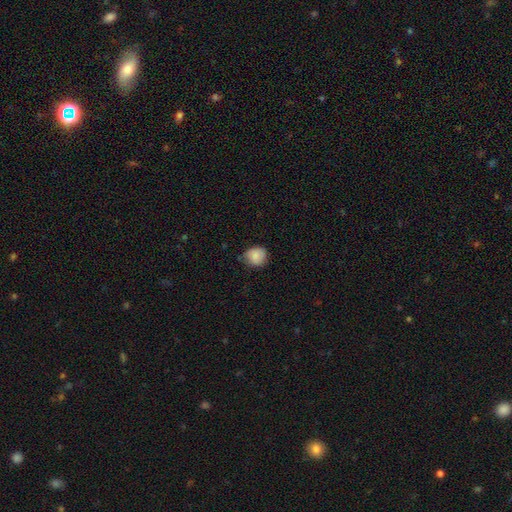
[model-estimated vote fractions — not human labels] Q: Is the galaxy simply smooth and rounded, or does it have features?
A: smooth — 85%.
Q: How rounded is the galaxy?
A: round — 78%.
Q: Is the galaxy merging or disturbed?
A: none — 66%.